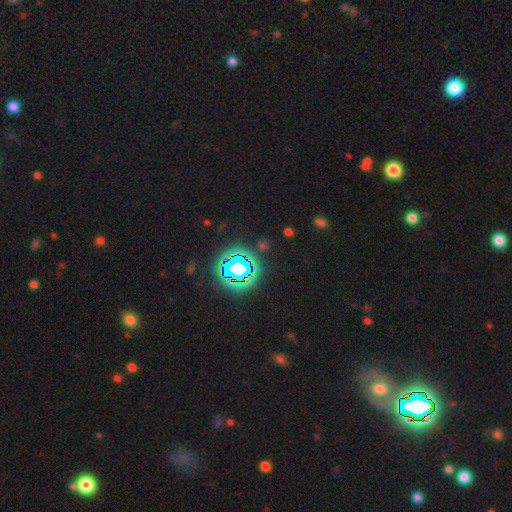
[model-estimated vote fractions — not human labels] Smooth or featured? Predicted: star or artifact (p=0.81).